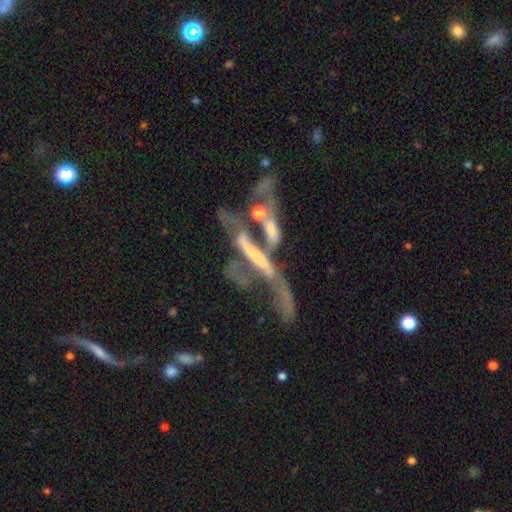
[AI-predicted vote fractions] Smooth or featured? featured or disk (67%)
Edge-on disk? no (71%)
Merging? merger (54%)